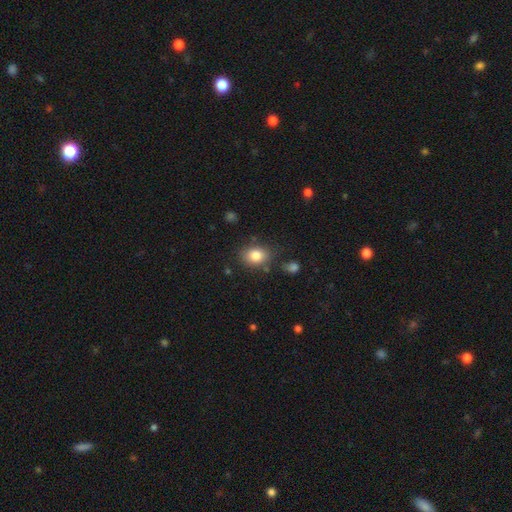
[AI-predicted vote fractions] A smooth galaxy with no disk features (81%) that is in between round and cigar-shaped (55%). Merging: none (78%).